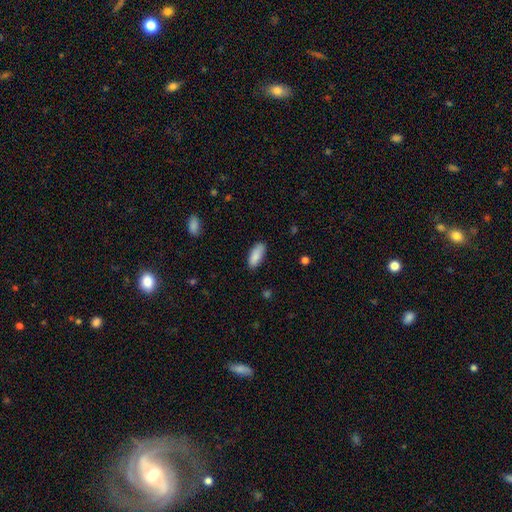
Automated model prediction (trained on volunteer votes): Q: Smooth or featured?
A: smooth (88%); runner-up: star or artifact (6%)
Q: How rounded?
A: in between (81%); runner-up: cigar-shaped (17%)
Q: Merging?
A: none (83%); runner-up: minor disturbance (14%)